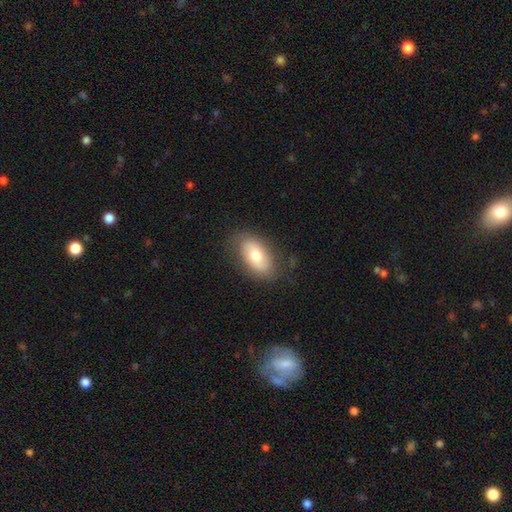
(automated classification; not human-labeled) The model was most divided on "smooth or featured": smooth: 66%, featured or disk: 27%, star or artifact: 7%. More confident: how rounded — in between (92%); merging — none (80%).